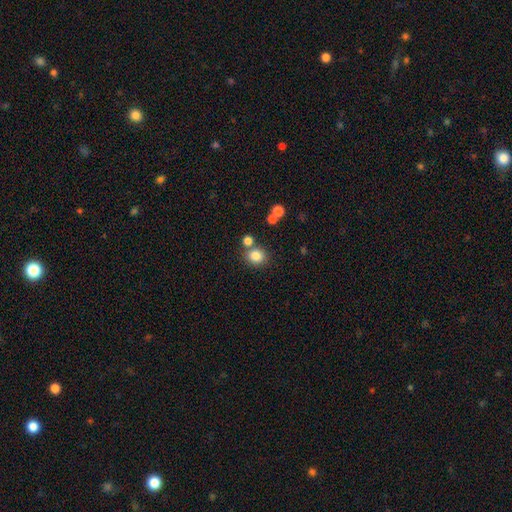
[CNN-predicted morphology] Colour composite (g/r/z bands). It shows a smooth galaxy with no disk features (83%) that is round (77%). Merging: none (72%).